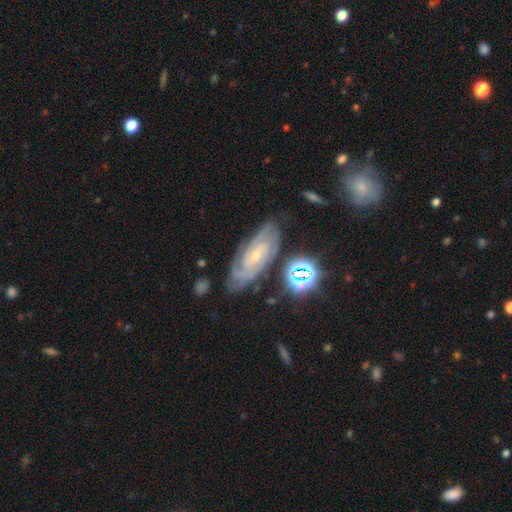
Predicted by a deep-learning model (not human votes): Overall: featured or disk (82%). Edge-on disk: no (93%). Bar: no (54%; weak 34%). Spiral arms: yes (97%). Spiral arm count: 2 (38%; can't tell 26%). Spiral winding: tight (73%). Bulge size: small (72%). Merging: none (73%).